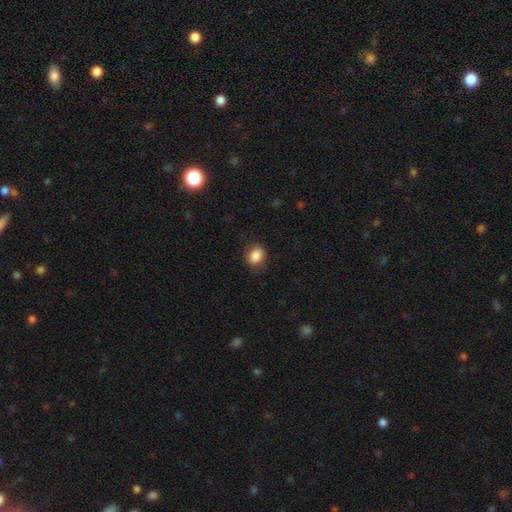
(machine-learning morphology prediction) This appears to be a smooth galaxy with no disk features (86%) that is in between round and cigar-shaped (54%). Merging: none (78%).